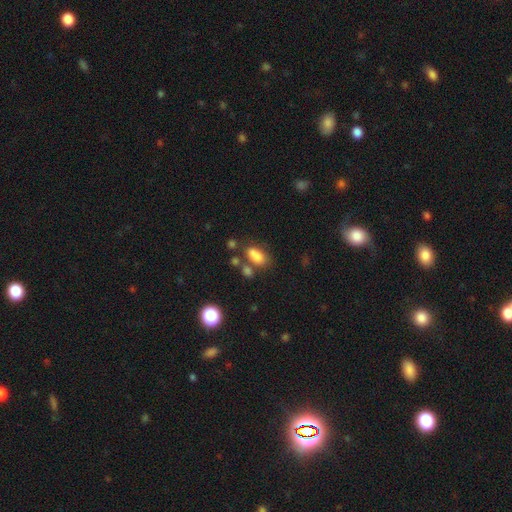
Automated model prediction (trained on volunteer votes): A smooth galaxy with no disk features (82%) that is in between round and cigar-shaped (87%).

Vote fractions:
- Smooth or featured? smooth: 82% / star or artifact: 11% / featured or disk: 7%
- How rounded? in between: 87% / round: 7% / cigar-shaped: 6%
- Merging? none: 55% / merger: 19% / minor disturbance: 17% / major disturbance: 8%